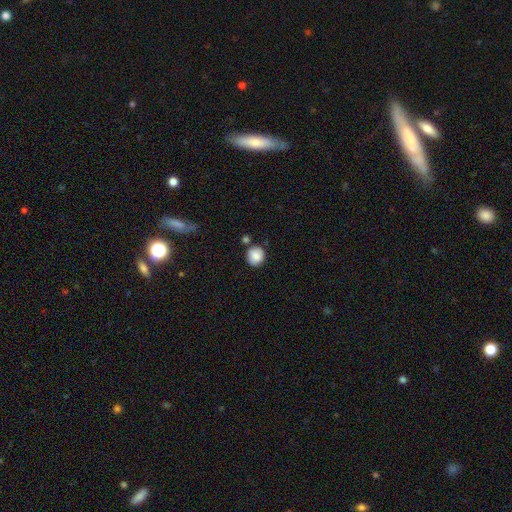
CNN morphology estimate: A smooth galaxy with no disk features (82%) that is round (87%). Merging: none (75%).